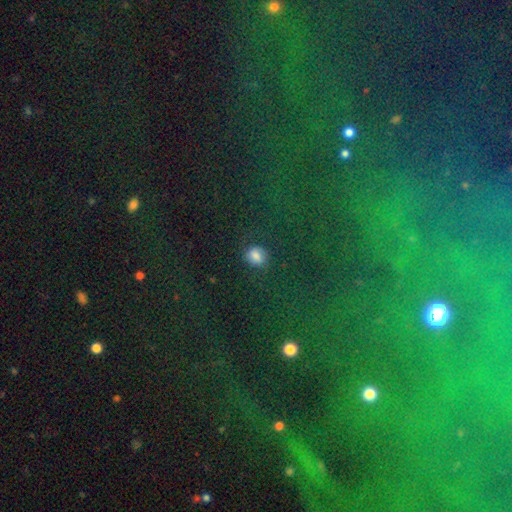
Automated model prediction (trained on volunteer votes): Morphology: type=smooth (70%); roundness=round (60%); merging=none (78%).